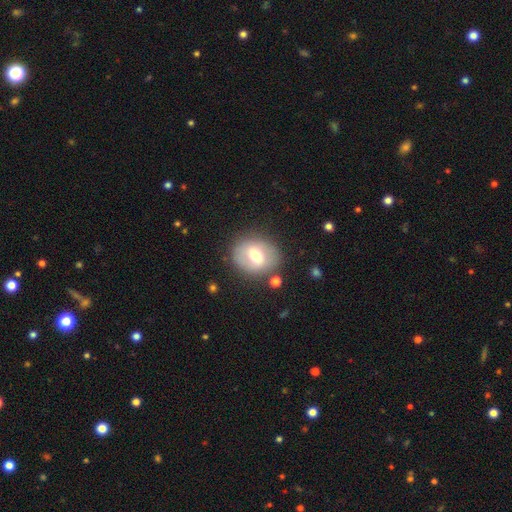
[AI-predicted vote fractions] This appears to be a smooth galaxy with no disk features (54%) that is round (58%). Merging: none (78%).